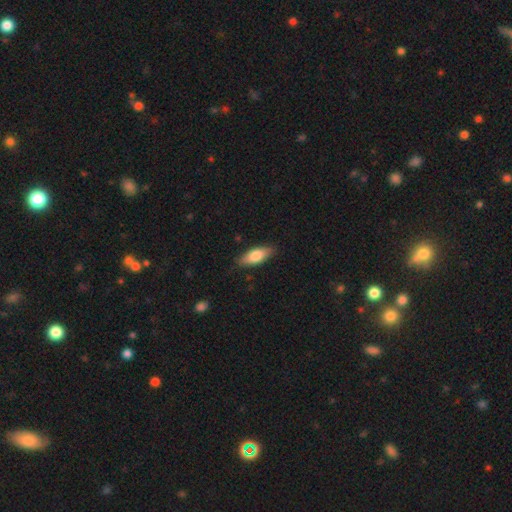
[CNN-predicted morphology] This appears to be a smooth galaxy with no disk features (76%) that is in between round and cigar-shaped (73%). Merging: none (83%).